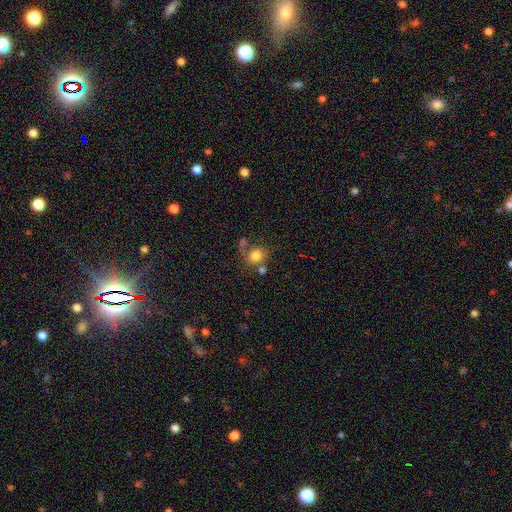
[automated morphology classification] Smooth or featured? Predicted: smooth (p=0.78). How rounded? Predicted: round (p=0.79). Merging? Predicted: none (p=0.49).